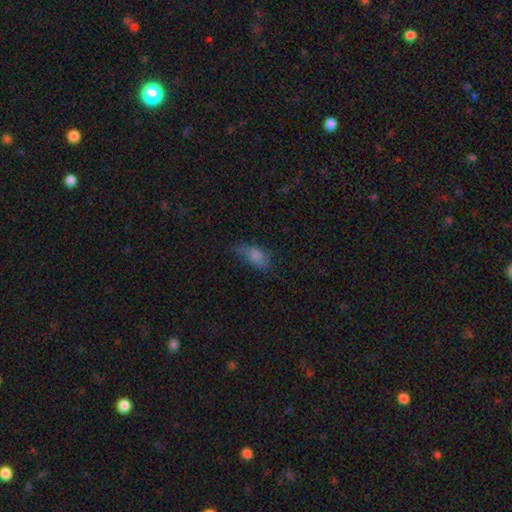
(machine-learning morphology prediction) A smooth galaxy with no disk features (74%) that is in between round and cigar-shaped (86%).

Vote fractions:
- Smooth or featured? smooth: 74% / star or artifact: 13% / featured or disk: 12%
- How rounded? in between: 86% / cigar-shaped: 9% / round: 6%
- Merging? none: 40% / minor disturbance: 34% / major disturbance: 22% / merger: 4%